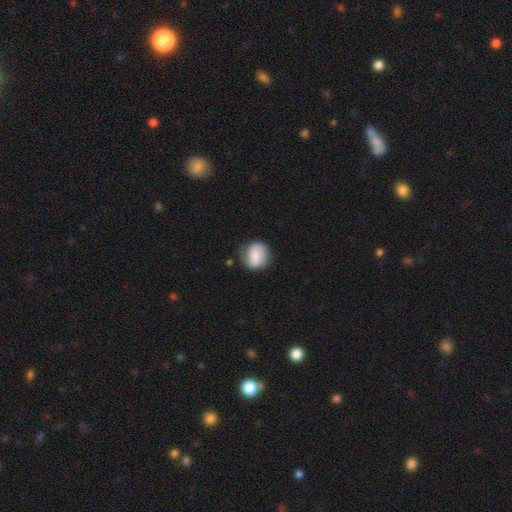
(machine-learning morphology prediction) The model was most divided on "merging": none: 69%, minor disturbance: 22%, major disturbance: 6%, merger: 2%. More confident: how rounded — round (81%); smooth or featured — smooth (71%).